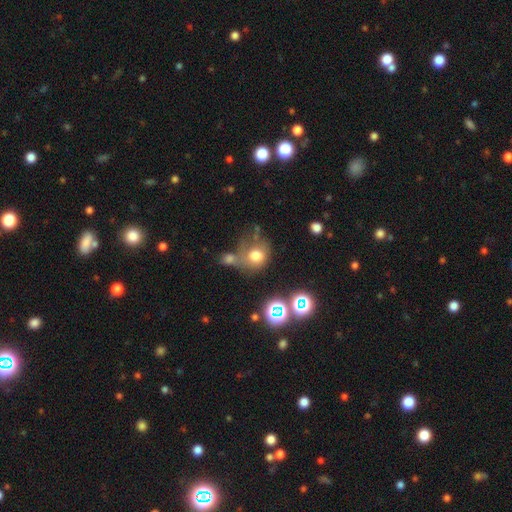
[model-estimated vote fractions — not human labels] smooth 68%, star or artifact 17%, featured or disk 15%. Down the decision tree: how rounded — round (76%); merging — none (36%).